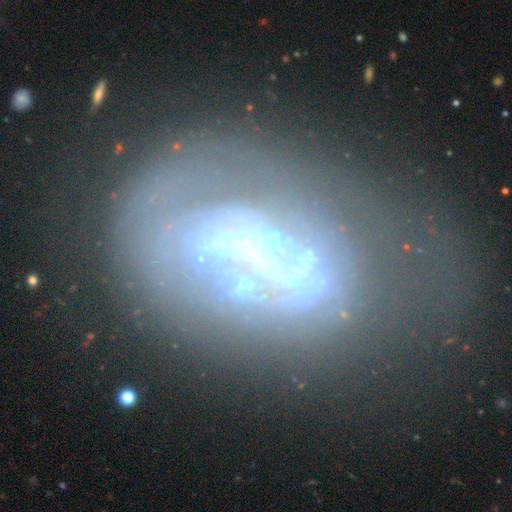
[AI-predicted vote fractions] Smooth or featured? featured or disk (69%)
Edge-on disk? no (94%)
Bar? no (54%)
Spiral arms? no (60%)
Bulge size? none (35%)
Merging? none (43%)